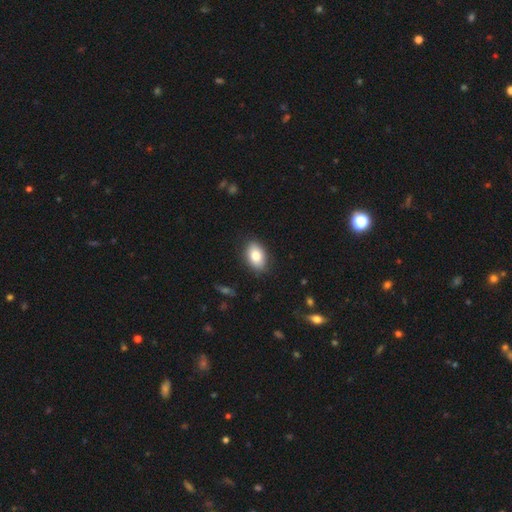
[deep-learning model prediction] smooth_or_featured: smooth (p=0.82) [alt: featured or disk p=0.11]
how_rounded: in between (p=0.89) [alt: round p=0.10]
merging: none (p=0.85) [alt: minor disturbance p=0.11]